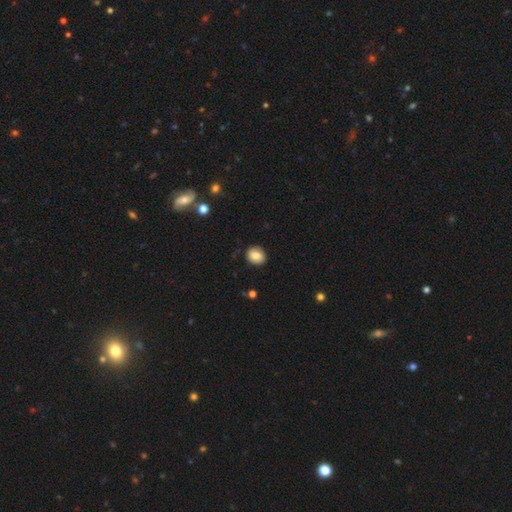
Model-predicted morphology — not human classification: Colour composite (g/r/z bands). It shows a smooth galaxy with no disk features (79%) that is round (67%). Merging: none (87%).